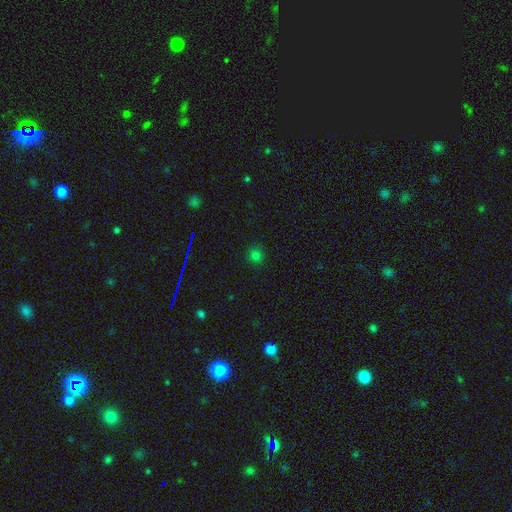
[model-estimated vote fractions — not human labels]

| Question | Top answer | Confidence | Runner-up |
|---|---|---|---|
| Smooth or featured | smooth | 76% | star or artifact (19%) |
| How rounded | round | 91% | in between (8%) |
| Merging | none | 88% | minor disturbance (8%) |